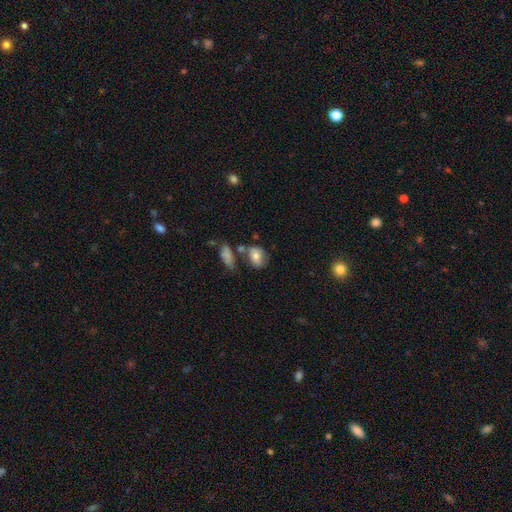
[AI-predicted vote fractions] Smooth or featured? Predicted: smooth (p=0.71). How rounded? Predicted: in between (p=0.62). Merging? Predicted: none (p=0.47).